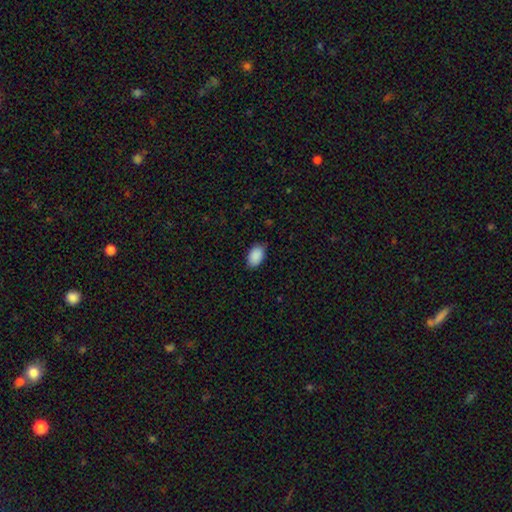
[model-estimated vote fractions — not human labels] Q: Smooth or featured?
A: smooth (90%); runner-up: star or artifact (7%)
Q: How rounded?
A: in between (92%); runner-up: round (7%)
Q: Merging?
A: none (83%); runner-up: minor disturbance (13%)